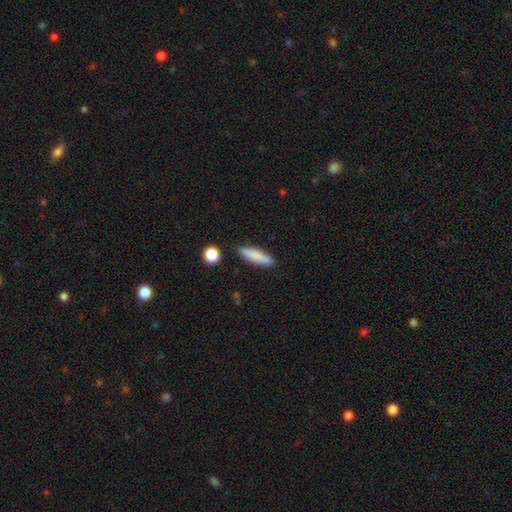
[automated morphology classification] This appears to be a smooth galaxy with no disk features (81%) that is cigar-shaped (70%). Merging: none (85%).